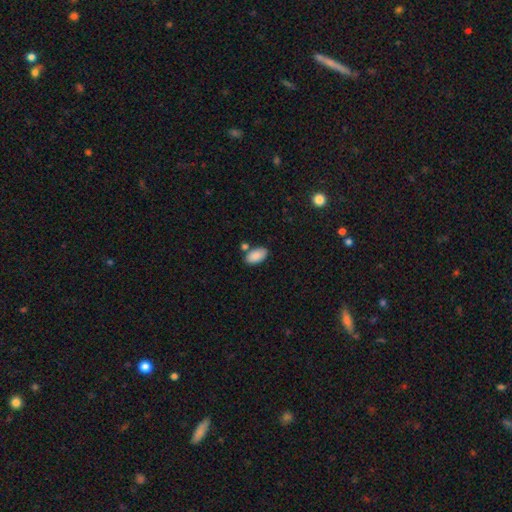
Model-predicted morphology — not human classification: smooth-or-featured: smooth: 88% | star or artifact: 7% | featured or disk: 5%
  how-rounded: in between: 95% | round: 3% | cigar-shaped: 2%
  merging: none: 74% | minor disturbance: 12% | merger: 11% | major disturbance: 3%